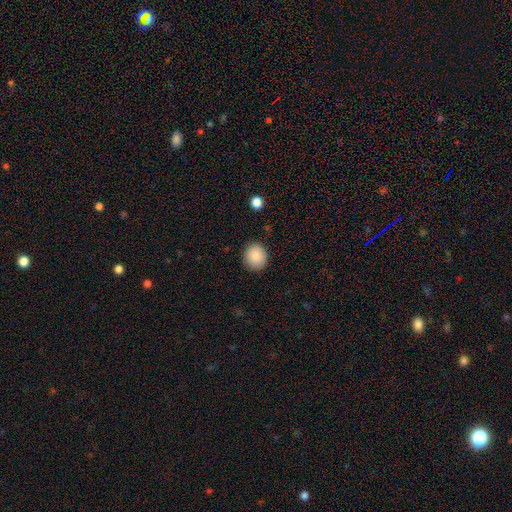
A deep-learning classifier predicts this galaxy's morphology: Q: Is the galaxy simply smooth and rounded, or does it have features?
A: smooth — 88%.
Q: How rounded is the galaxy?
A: round — 81%.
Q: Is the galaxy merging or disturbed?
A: none — 89%.